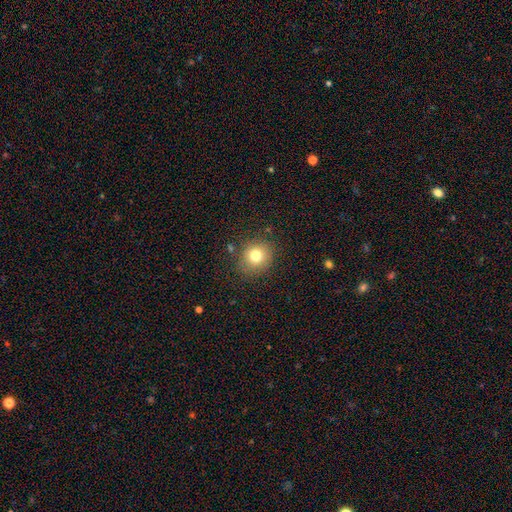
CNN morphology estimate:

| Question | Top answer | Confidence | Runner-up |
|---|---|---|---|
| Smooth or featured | smooth | 78% | star or artifact (12%) |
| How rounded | round | 83% | in between (16%) |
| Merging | none | 84% | minor disturbance (11%) |